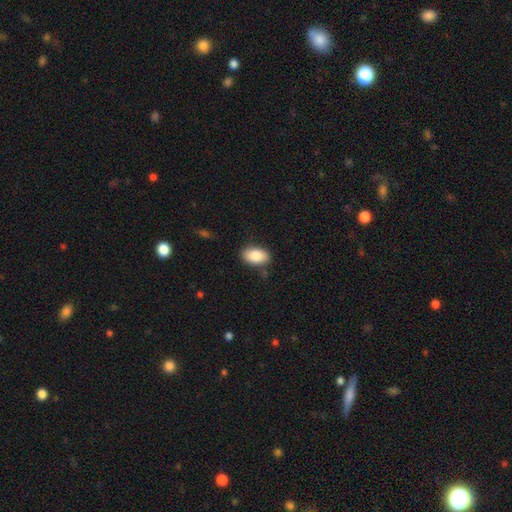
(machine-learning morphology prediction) Smooth or featured: smooth — 87% (star or artifact — 7%)
How rounded: in between — 91% (round — 7%)
Merging: none — 83% (minor disturbance — 12%)